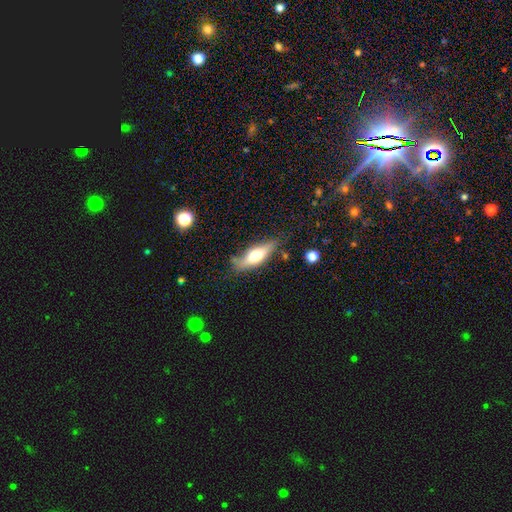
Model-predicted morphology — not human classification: The model was most divided on "smooth or featured": featured or disk: 48%, smooth: 46%, star or artifact: 7%. More confident: merging — none (69%).